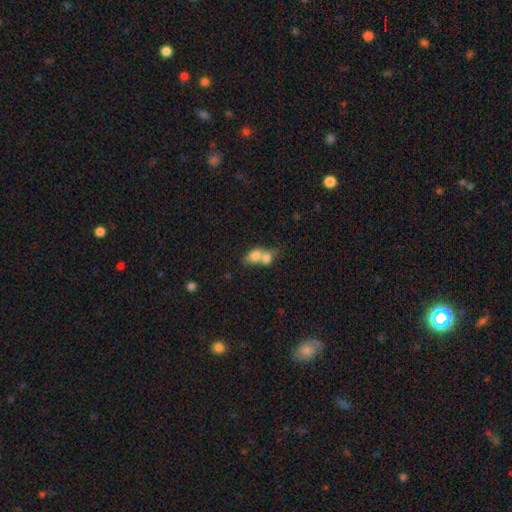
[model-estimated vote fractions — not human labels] A smooth galaxy with no disk features (72%) that is in between round and cigar-shaped (59%).

Vote fractions:
- Smooth or featured? smooth: 72% / featured or disk: 19% / star or artifact: 9%
- How rounded? in between: 59% / round: 37% / cigar-shaped: 3%
- Merging? merger: 78% / none: 13% / minor disturbance: 5% / major disturbance: 4%